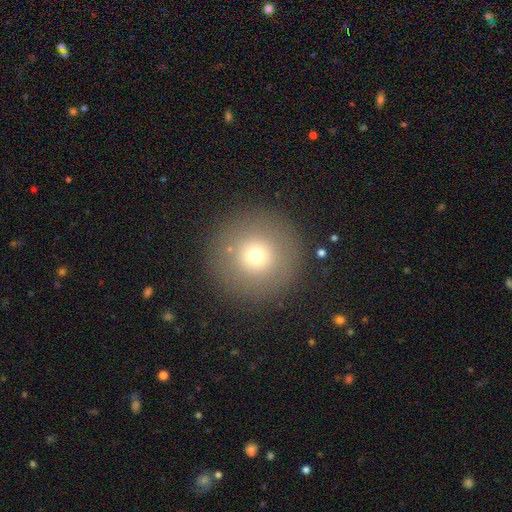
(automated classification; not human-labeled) smooth-or-featured: smooth: 70% | star or artifact: 16% | featured or disk: 14%
  how-rounded: round: 96% | in between: 3% | cigar-shaped: 1%
  merging: none: 88% | minor disturbance: 6% | major disturbance: 4% | merger: 1%